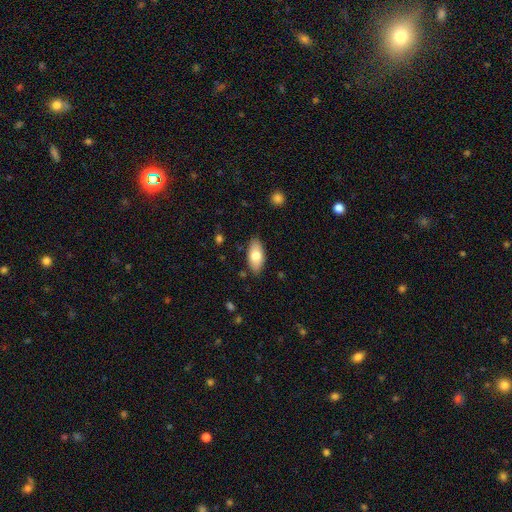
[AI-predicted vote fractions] Smooth or featured?
  - smooth: 76% *
  - featured or disk: 18%
  - star or artifact: 6%
How rounded?
  - in between: 91% *
  - cigar-shaped: 6%
  - round: 3%
Merging?
  - none: 86% *
  - minor disturbance: 11%
  - major disturbance: 2%
  - merger: 1%